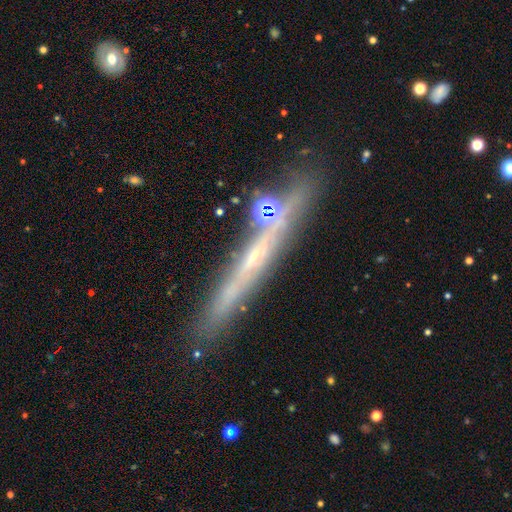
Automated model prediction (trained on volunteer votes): Smooth or featured?
  - featured or disk: 69% *
  - smooth: 21%
  - star or artifact: 10%
Edge-on disk?
  - yes: 89% *
  - no: 11%
Edge-on bulge?
  - none: 64% *
  - rounded: 31%
  - boxy: 5%
Merging?
  - none: 76% *
  - minor disturbance: 14%
  - merger: 7%
  - major disturbance: 4%